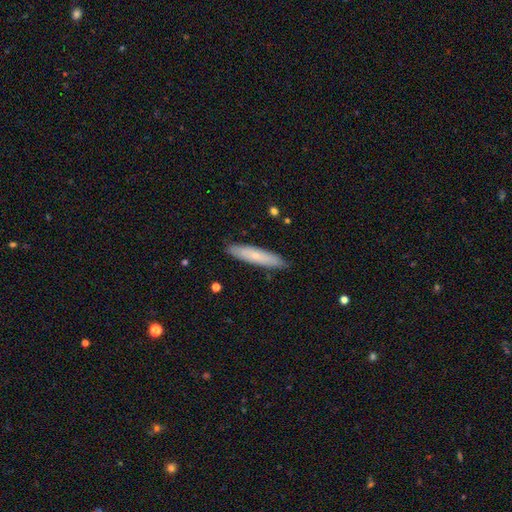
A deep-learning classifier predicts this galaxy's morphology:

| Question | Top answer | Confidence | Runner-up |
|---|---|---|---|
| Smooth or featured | smooth | 64% | featured or disk (30%) |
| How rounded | cigar-shaped | 85% | in between (14%) |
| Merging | none | 87% | minor disturbance (10%) |